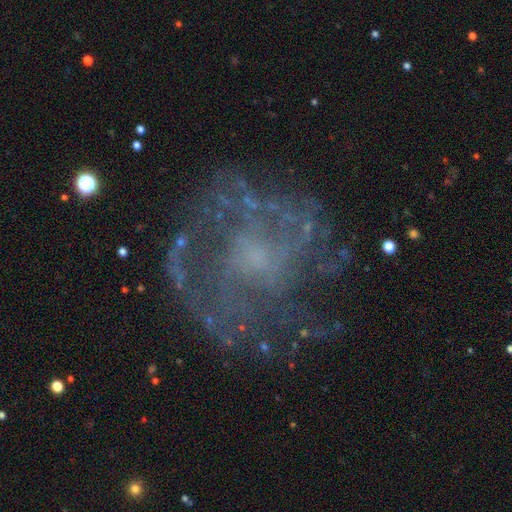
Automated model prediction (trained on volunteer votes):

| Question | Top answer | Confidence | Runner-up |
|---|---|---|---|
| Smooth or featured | featured or disk | 74% | star or artifact (15%) |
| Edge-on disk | no | 97% | yes (3%) |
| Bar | no | 74% | weak (21%) |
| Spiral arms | yes | 70% | no (30%) |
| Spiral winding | tight | 40% | medium (39%) |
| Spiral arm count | can't tell | 48% | 2 (20%) |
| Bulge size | small | 50% | none (24%) |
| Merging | none | 66% | major disturbance (17%) |